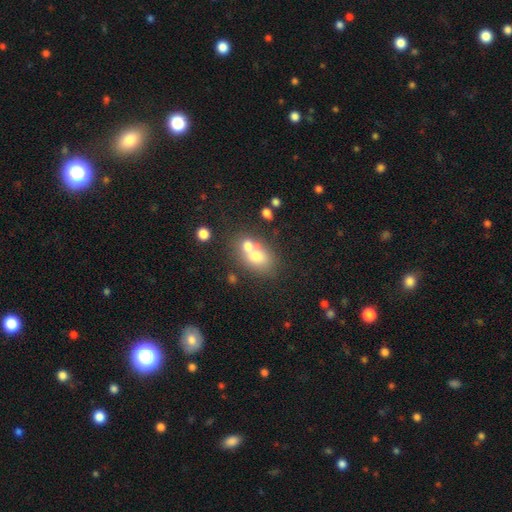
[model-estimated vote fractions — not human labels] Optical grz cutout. It shows a smooth galaxy with no disk features (68%) that is in between round and cigar-shaped (62%). Merging: merger (52%).